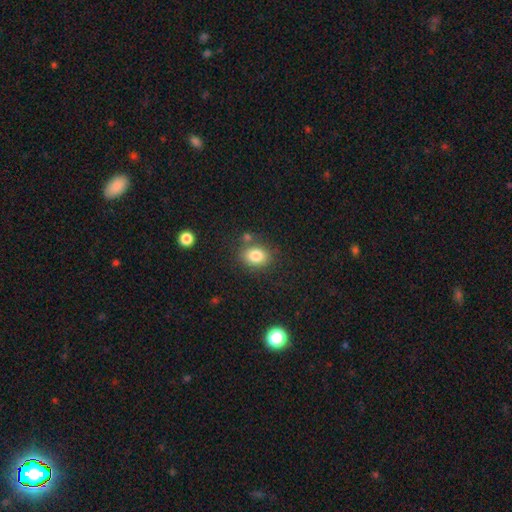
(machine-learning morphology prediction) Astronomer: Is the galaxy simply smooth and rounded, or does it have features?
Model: smooth — 83%.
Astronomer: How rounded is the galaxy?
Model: in between — 57% (runner-up: round, 42%).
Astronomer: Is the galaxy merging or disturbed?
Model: none — 75%.